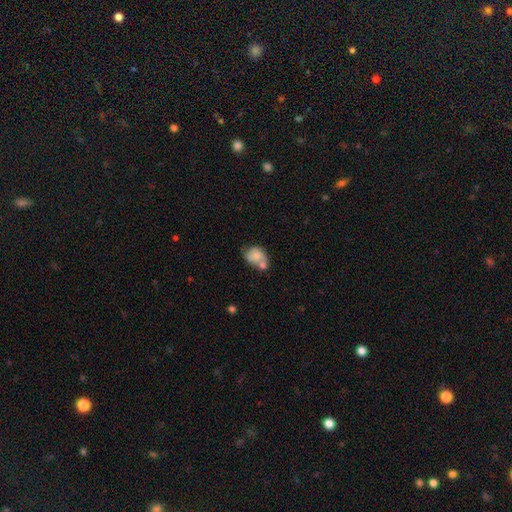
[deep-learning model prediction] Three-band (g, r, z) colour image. It shows a smooth galaxy with no disk features (64%) that is in between round and cigar-shaped (57%). Merging: merger (40%).